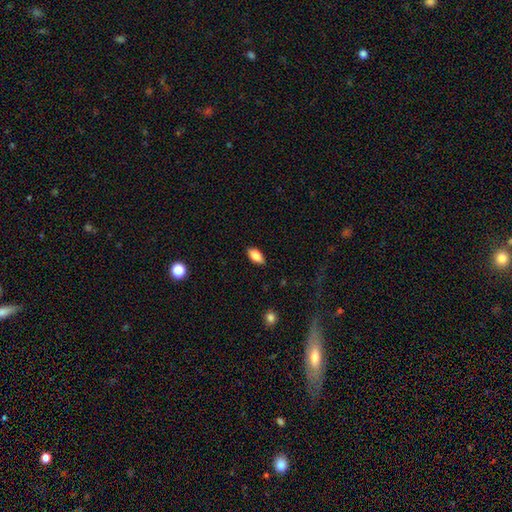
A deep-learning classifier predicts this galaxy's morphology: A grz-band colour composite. It shows a smooth galaxy with no disk features (85%) that is in between round and cigar-shaped (90%). Merging: none (85%).